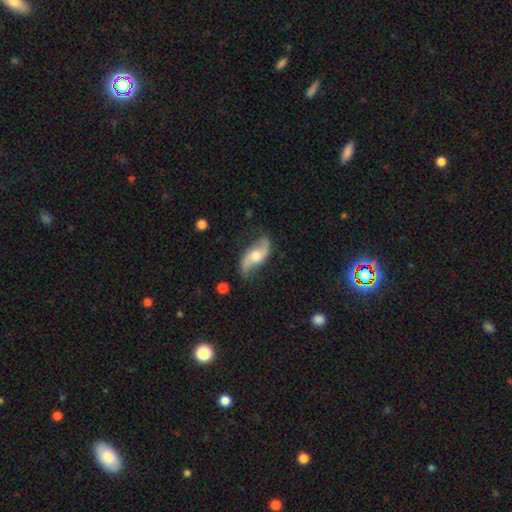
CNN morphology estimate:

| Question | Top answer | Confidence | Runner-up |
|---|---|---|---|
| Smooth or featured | featured or disk | 77% | smooth (18%) |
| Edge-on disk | no | 89% | yes (11%) |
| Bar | no | 55% | weak (33%) |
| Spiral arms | yes | 93% | no (7%) |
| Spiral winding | loose | 83% | medium (13%) |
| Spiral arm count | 2 | 93% | can't tell (3%) |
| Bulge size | moderate | 64% | small (17%) |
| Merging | none | 75% | minor disturbance (17%) |